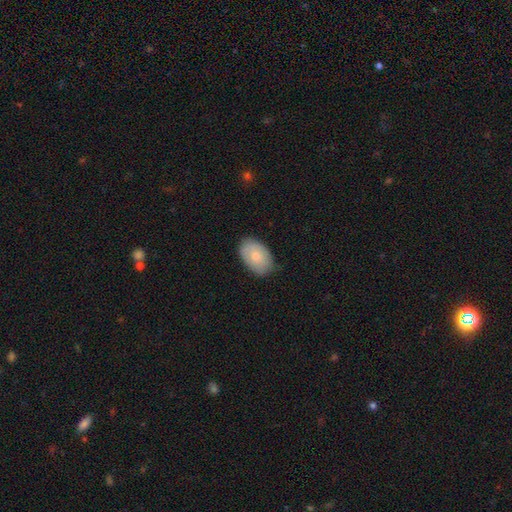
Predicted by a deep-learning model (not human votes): smooth 77%, featured or disk 17%, star or artifact 6%. Down the decision tree: how rounded — in between (91%); merging — none (79%).